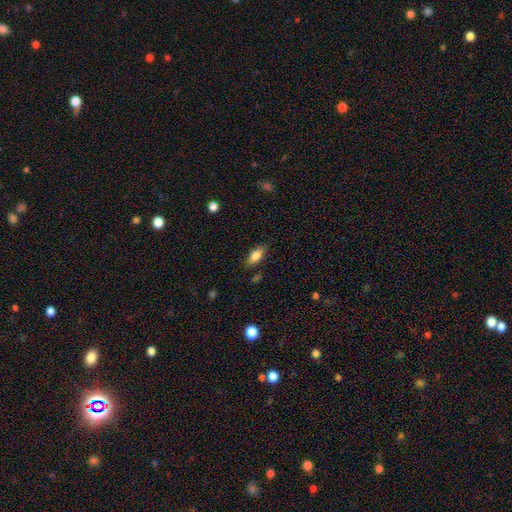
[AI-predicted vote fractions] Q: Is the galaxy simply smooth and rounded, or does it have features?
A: smooth — 79%.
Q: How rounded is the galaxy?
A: in between — 81%.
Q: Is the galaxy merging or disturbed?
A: none — 80%.